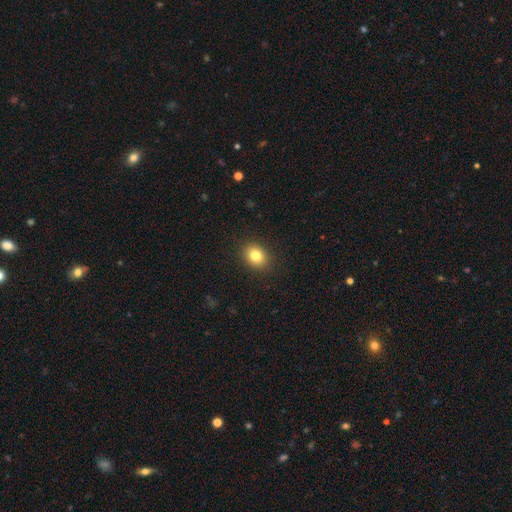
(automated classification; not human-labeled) Q: Smooth or featured?
A: smooth (82%); runner-up: star or artifact (11%)
Q: How rounded?
A: in between (51%); runner-up: round (48%)
Q: Merging?
A: none (90%); runner-up: minor disturbance (7%)